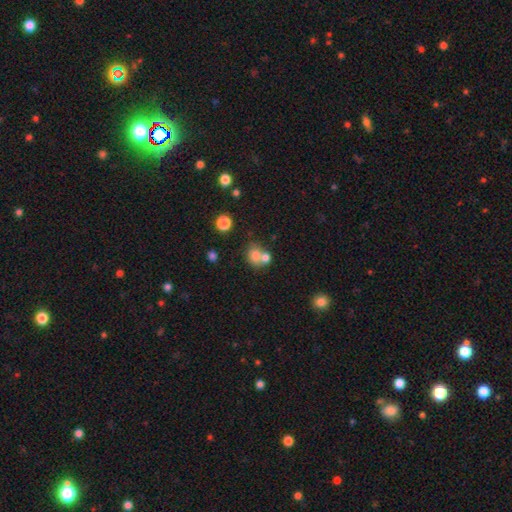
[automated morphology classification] type=smooth (75%); roundness=round (58%); merging=merger (48%).